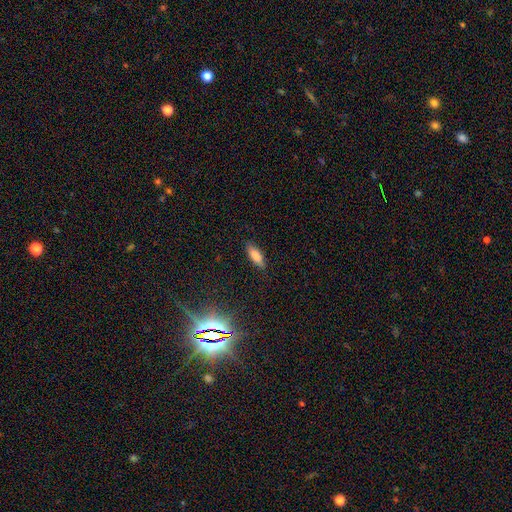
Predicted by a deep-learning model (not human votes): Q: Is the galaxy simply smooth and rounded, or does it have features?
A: smooth — 81%.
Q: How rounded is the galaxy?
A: in between — 61%.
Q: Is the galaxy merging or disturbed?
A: none — 84%.